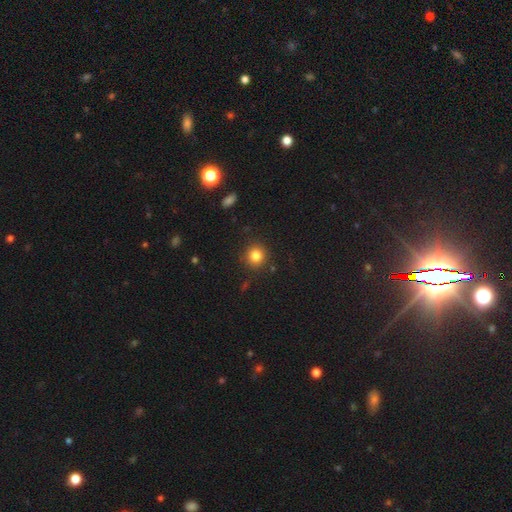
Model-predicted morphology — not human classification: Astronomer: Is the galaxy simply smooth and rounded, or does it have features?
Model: smooth — 83%.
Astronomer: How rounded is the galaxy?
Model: round — 91%.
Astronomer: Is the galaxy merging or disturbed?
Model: none — 89%.